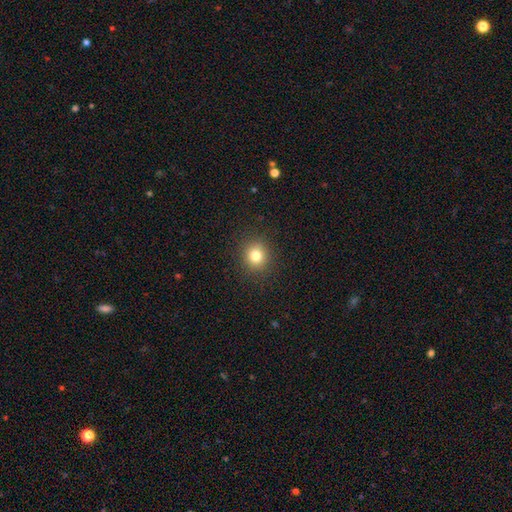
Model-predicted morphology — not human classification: type=smooth (80%); roundness=round (87%); merging=none (91%).